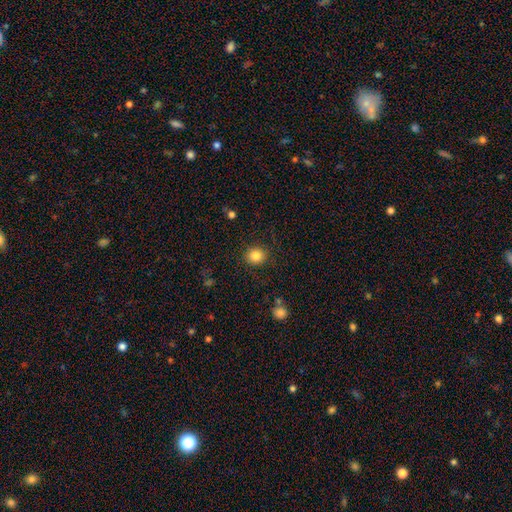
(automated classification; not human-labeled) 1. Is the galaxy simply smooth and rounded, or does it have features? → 85% smooth, 10% star or artifact, 5% featured or disk.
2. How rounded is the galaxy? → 84% round, 15% in between, 1% cigar-shaped.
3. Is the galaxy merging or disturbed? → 88% none, 8% minor disturbance, 3% major disturbance, 1% merger.